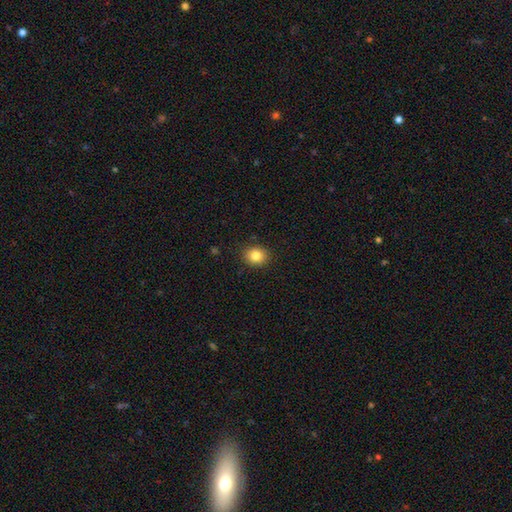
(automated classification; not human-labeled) A smooth galaxy with no disk features (84%) that is round (71%). Merging: none (89%).